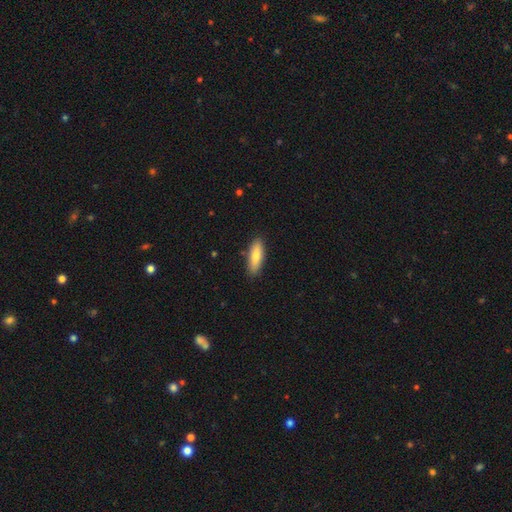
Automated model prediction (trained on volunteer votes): A smooth galaxy with no disk features (76%) that is in between round and cigar-shaped (54%).

Vote fractions:
- Smooth or featured? smooth: 76% / featured or disk: 18% / star or artifact: 6%
- How rounded? in between: 54% / cigar-shaped: 44% / round: 2%
- Merging? none: 88% / minor disturbance: 9% / major disturbance: 2% / merger: 1%